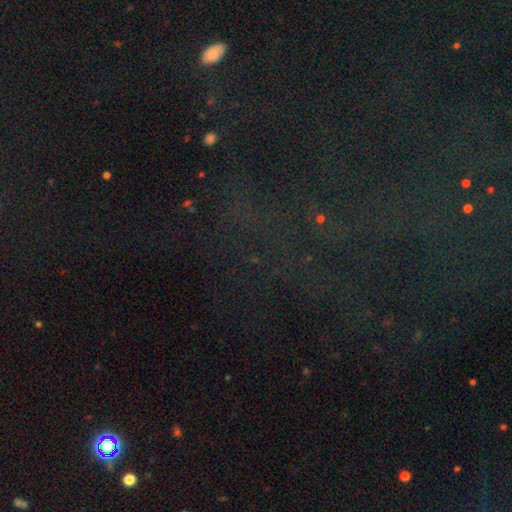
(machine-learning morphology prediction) Smooth or featured?
  - star or artifact: 78% *
  - smooth: 13%
  - featured or disk: 9%